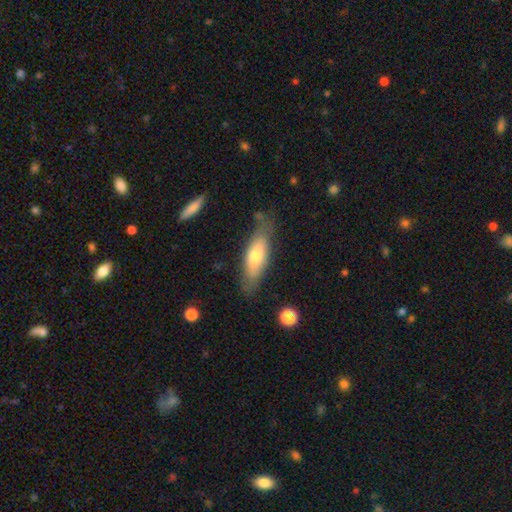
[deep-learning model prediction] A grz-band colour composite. It shows a smooth galaxy with no disk features (62%) that is in between round and cigar-shaped (57%). Merging: none (73%).